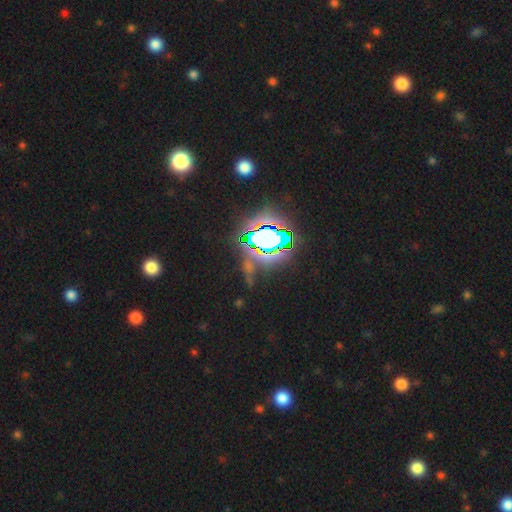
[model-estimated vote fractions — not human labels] smooth_or_featured: star or artifact (p=0.86) [alt: smooth p=0.08]